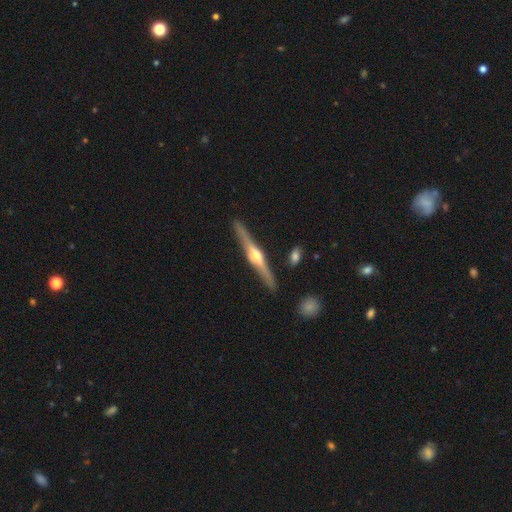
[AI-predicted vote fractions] This is clearly a featured or disk galaxy (82%). It is clearly viewed edge-on (98%). Edge-on bulge: clearly rounded (94%). Merging: clearly none (89%).